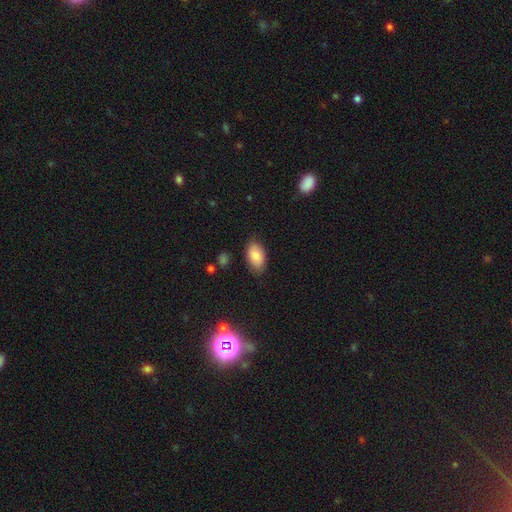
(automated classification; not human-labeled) smooth 83%, featured or disk 9%, star or artifact 7%. Down the decision tree: how rounded — in between (93%); merging — none (79%).